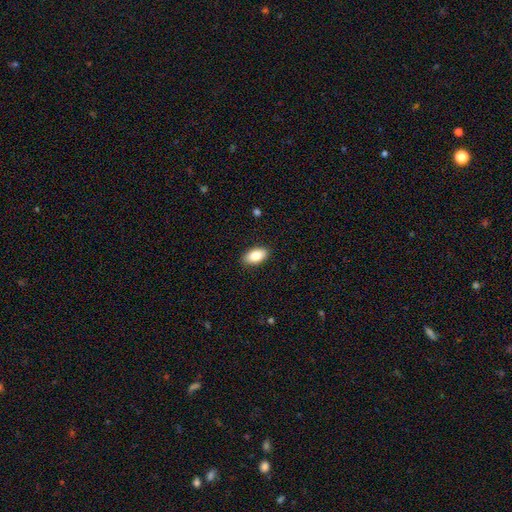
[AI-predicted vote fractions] Overall: smooth (84%). How rounded: in between (93%). Merging: none (89%).